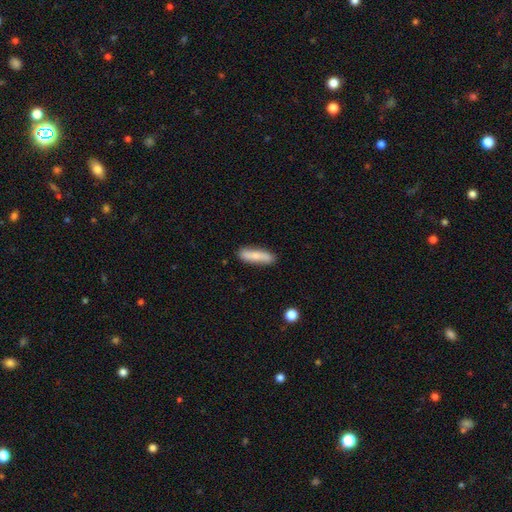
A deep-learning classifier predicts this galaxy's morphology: A smooth galaxy with no disk features (73%) that is cigar-shaped (69%).

Vote fractions:
- Smooth or featured? smooth: 73% / featured or disk: 21% / star or artifact: 6%
- How rounded? cigar-shaped: 69% / in between: 29% / round: 2%
- Merging? none: 82% / minor disturbance: 13% / major disturbance: 2% / merger: 2%